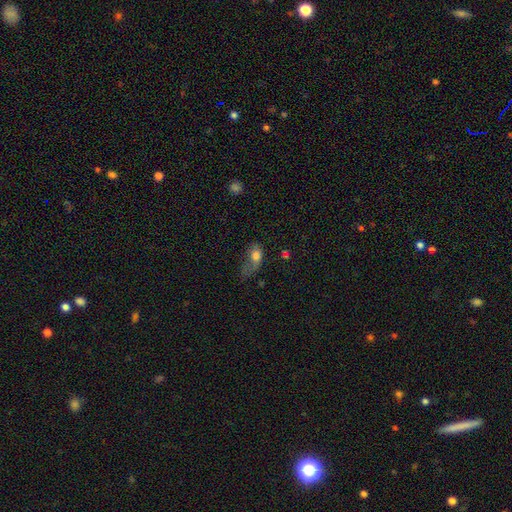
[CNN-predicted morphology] Q: Smooth or featured?
A: smooth (71%); runner-up: featured or disk (19%)
Q: How rounded?
A: in between (76%); runner-up: round (19%)
Q: Merging?
A: major disturbance (53%); runner-up: minor disturbance (25%)